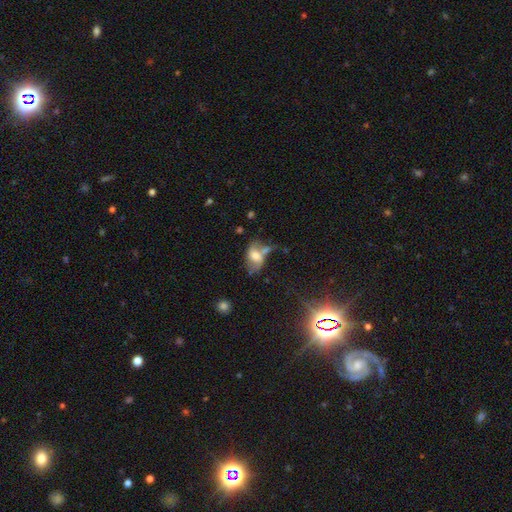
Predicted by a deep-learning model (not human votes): A featured or disk galaxy (47%).

Vote fractions:
- Smooth or featured? featured or disk: 47% / smooth: 41% / star or artifact: 12%
- Merging? none: 32% / merger: 25% / minor disturbance: 23% / major disturbance: 20%